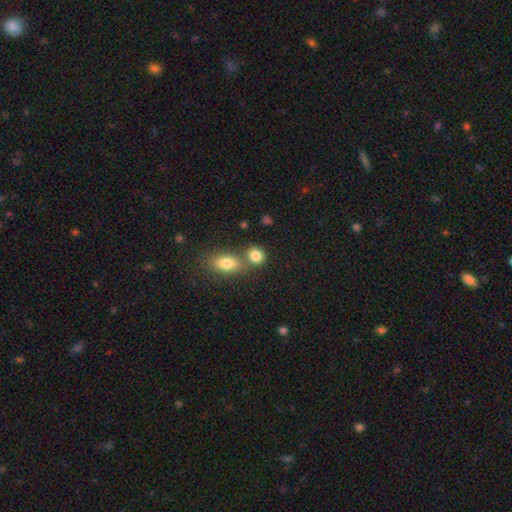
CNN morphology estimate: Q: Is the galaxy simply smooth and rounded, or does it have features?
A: smooth — 84%.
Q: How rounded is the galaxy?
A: round — 65%.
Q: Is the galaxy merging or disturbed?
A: none — 53%.